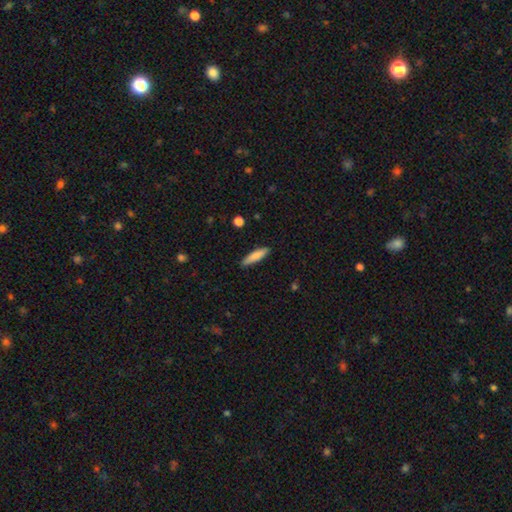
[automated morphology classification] A smooth galaxy with no disk features (82%) that is cigar-shaped (79%).

Vote fractions:
- Smooth or featured? smooth: 82% / featured or disk: 13% / star or artifact: 6%
- How rounded? cigar-shaped: 79% / in between: 20% / round: 1%
- Merging? none: 88% / minor disturbance: 9% / major disturbance: 2% / merger: 1%